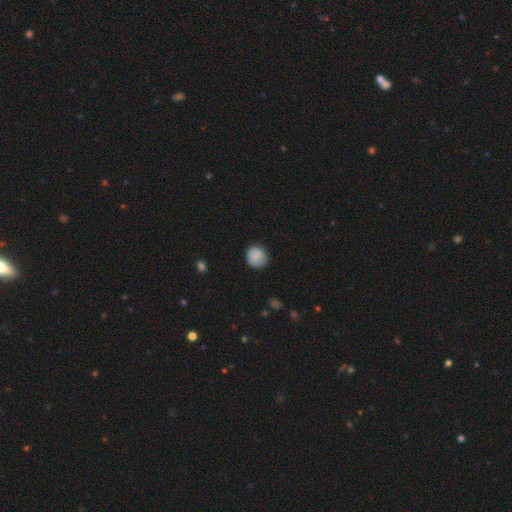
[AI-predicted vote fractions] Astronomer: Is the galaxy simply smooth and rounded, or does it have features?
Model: smooth — 84%.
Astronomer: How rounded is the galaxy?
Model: round — 88%.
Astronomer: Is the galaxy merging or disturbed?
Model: none — 80%.